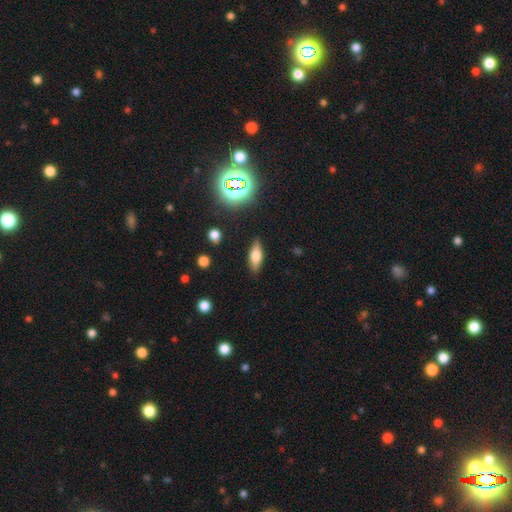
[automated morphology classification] smooth 57%, featured or disk 32%, star or artifact 11%. Down the decision tree: how rounded — in between (63%); merging — none (86%).